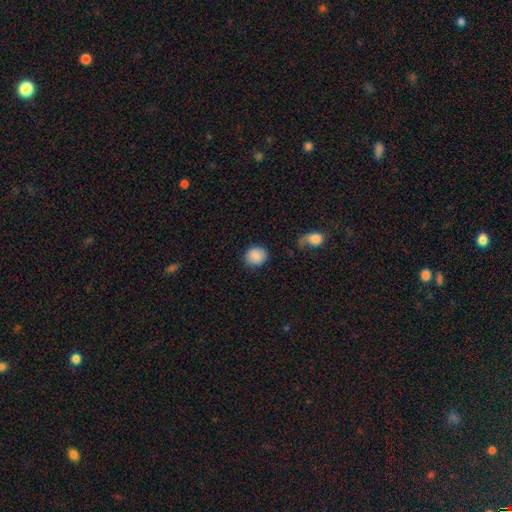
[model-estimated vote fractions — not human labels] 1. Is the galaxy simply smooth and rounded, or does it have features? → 88% smooth, 8% star or artifact, 4% featured or disk.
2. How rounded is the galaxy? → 79% round, 20% in between, 1% cigar-shaped.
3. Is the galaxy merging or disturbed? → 83% none, 11% minor disturbance, 4% major disturbance, 2% merger.